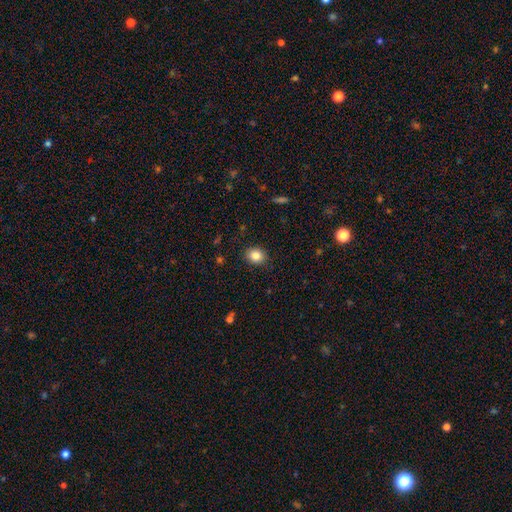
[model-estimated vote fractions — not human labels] Smooth or featured?
  - smooth: 85% *
  - star or artifact: 10%
  - featured or disk: 6%
How rounded?
  - round: 56% *
  - in between: 43%
  - cigar-shaped: 1%
Merging?
  - none: 88% *
  - minor disturbance: 8%
  - major disturbance: 2%
  - merger: 1%